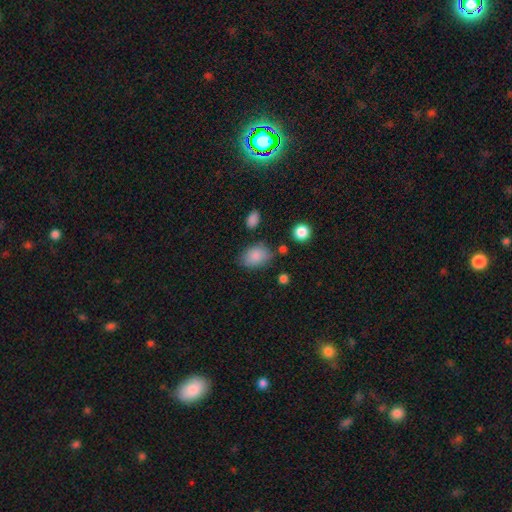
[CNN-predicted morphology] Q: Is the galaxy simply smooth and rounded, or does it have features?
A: smooth — 84%.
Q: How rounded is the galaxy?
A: in between — 79%.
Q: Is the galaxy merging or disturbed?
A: none — 69%.